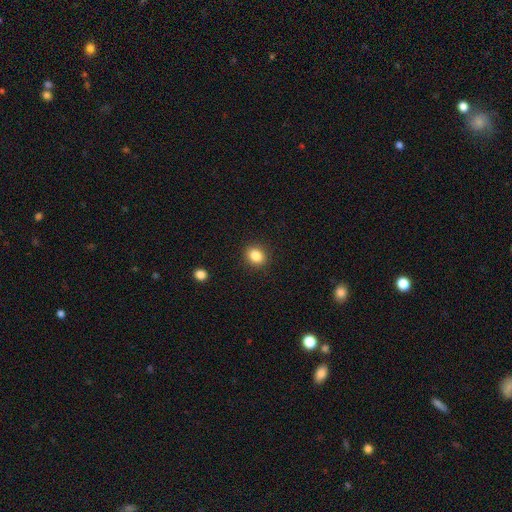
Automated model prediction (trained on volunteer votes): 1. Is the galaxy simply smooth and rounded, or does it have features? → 85% smooth, 10% star or artifact, 5% featured or disk.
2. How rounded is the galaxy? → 60% round, 39% in between, 1% cigar-shaped.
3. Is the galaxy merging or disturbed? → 90% none, 7% minor disturbance, 2% major disturbance, 1% merger.